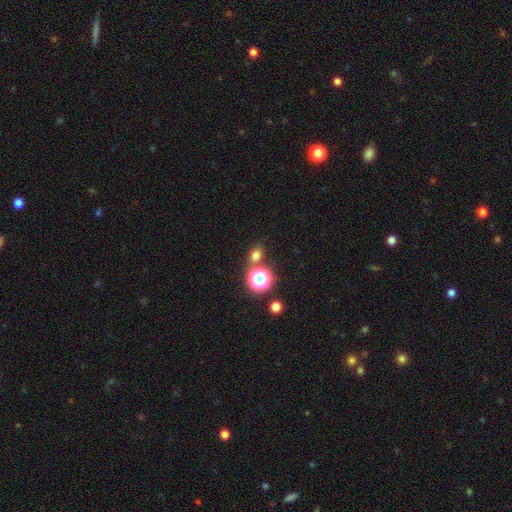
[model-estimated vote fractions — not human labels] Smooth or featured?
  - smooth: 68% *
  - star or artifact: 25%
  - featured or disk: 7%
How rounded?
  - round: 50% *
  - in between: 49%
  - cigar-shaped: 2%
Merging?
  - none: 76% *
  - merger: 11%
  - minor disturbance: 9%
  - major disturbance: 3%